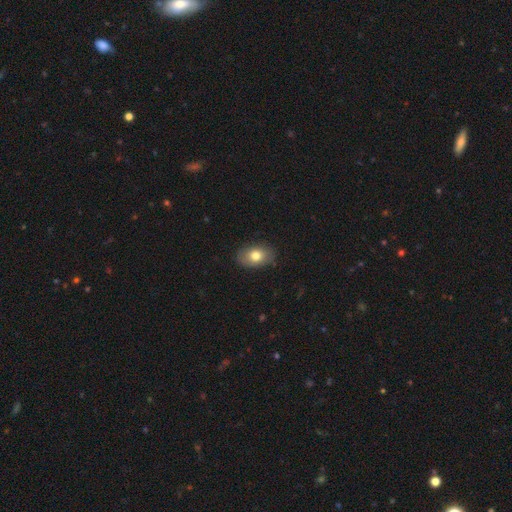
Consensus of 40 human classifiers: Overall: smooth (90%). How rounded: in between (94%). Merging: none (92%).